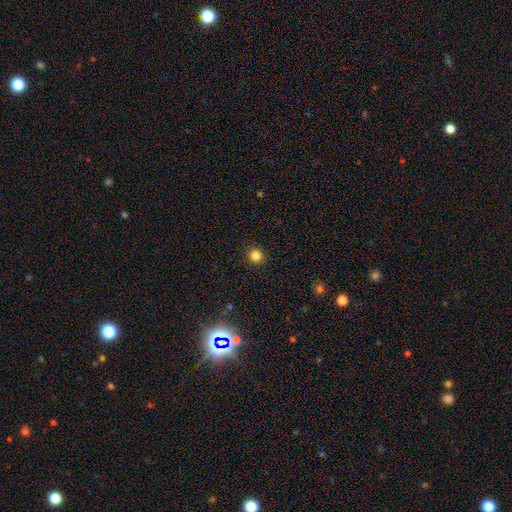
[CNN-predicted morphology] Overall: smooth (82%). How rounded: round (92%). Merging: none (92%).